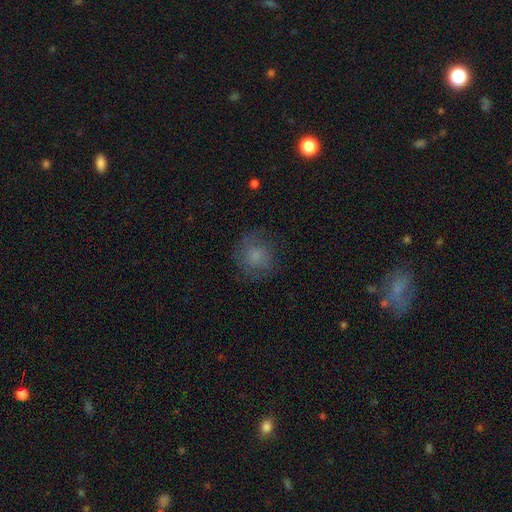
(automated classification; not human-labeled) smooth_or_featured: smooth (p=0.71) [alt: featured or disk p=0.18]
how_rounded: round (p=0.86) [alt: in between p=0.13]
merging: none (p=0.72) [alt: minor disturbance p=0.17]